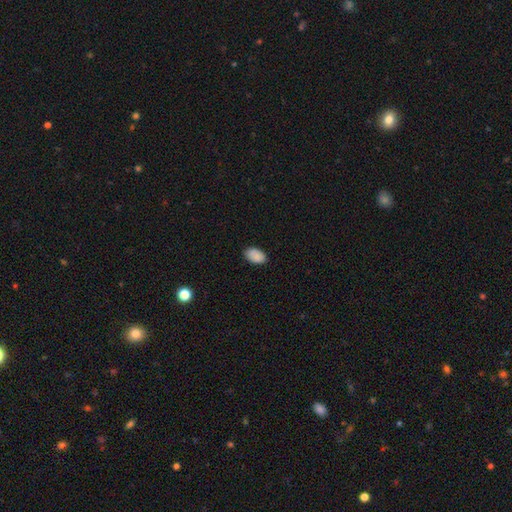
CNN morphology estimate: This appears to be a smooth galaxy with no disk features (89%) that is in between round and cigar-shaped (93%). Merging: none (85%).